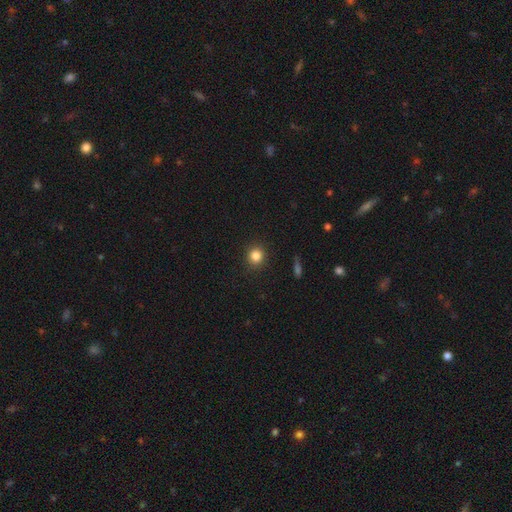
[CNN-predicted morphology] Smooth or featured? smooth (84%)
How rounded? round (89%)
Merging? none (91%)